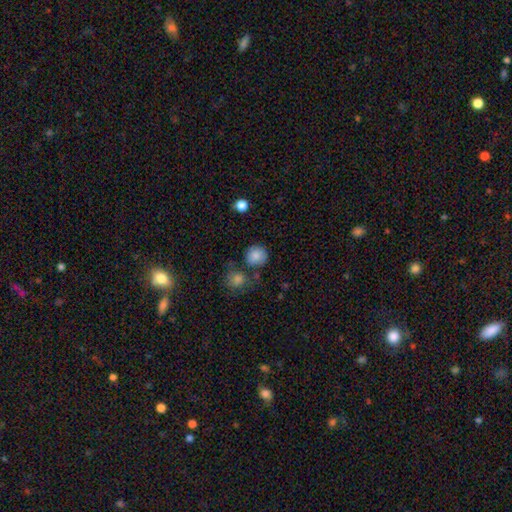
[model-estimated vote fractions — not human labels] Smooth or featured? smooth (85%)
How rounded? round (90%)
Merging? none (73%)